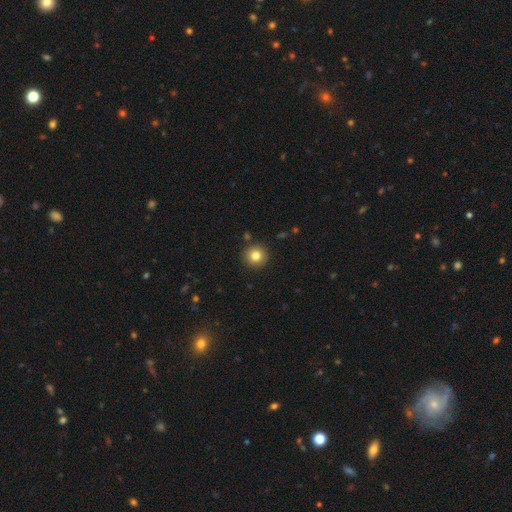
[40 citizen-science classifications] Smooth or featured? 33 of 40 (82%) said smooth. How rounded? 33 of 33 (100%) said round. Merging? 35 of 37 (95%) said none.